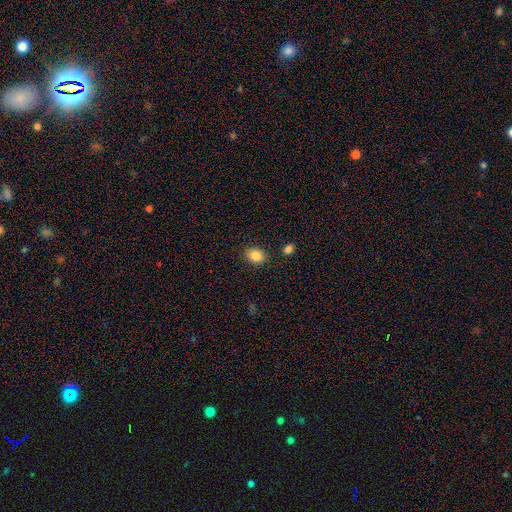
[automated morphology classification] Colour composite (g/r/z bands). It shows a smooth galaxy with no disk features (86%) that is in between round and cigar-shaped (56%). Merging: none (86%).